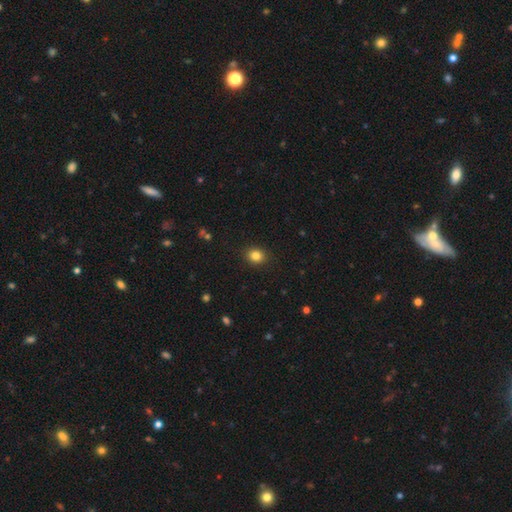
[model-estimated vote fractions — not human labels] Overall: smooth (84%). How rounded: round (72%). Merging: none (90%).